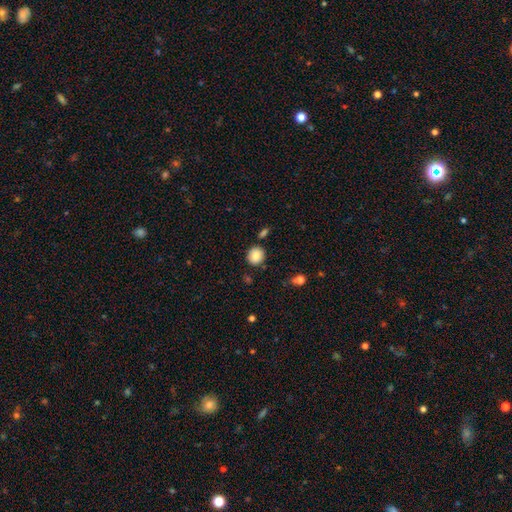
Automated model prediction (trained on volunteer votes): Morphology: type=smooth (85%); roundness=round (87%); merging=none (84%).